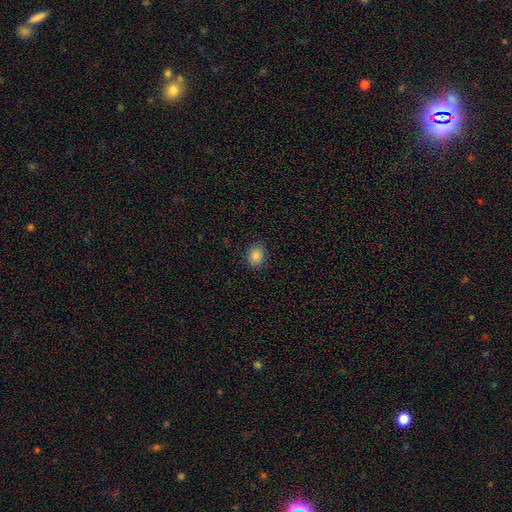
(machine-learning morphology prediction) Overall: smooth (86%). How rounded: round (54%; in between 45%). Merging: none (87%).